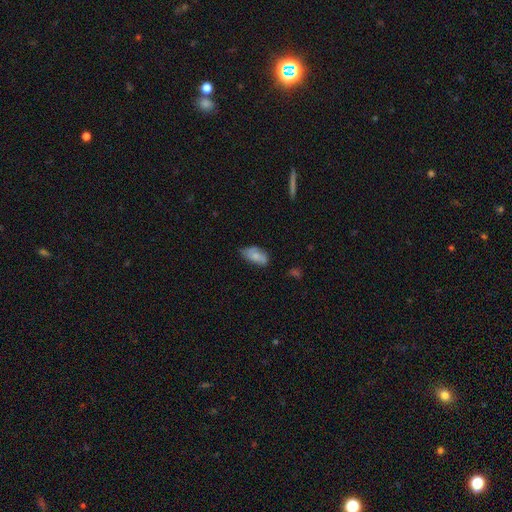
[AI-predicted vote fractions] The model was most divided on "merging": none: 50%, minor disturbance: 37%, major disturbance: 10%, merger: 4%. More confident: how rounded — in between (90%); smooth or featured — smooth (72%).